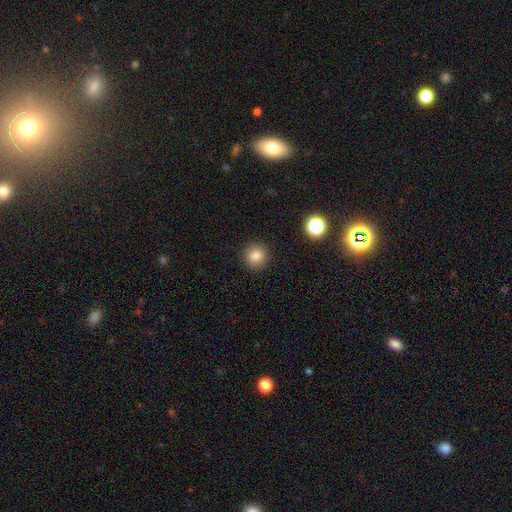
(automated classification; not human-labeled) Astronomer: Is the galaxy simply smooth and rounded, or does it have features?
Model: smooth — 83%.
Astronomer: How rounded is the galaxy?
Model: round — 93%.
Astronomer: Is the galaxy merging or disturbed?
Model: none — 91%.